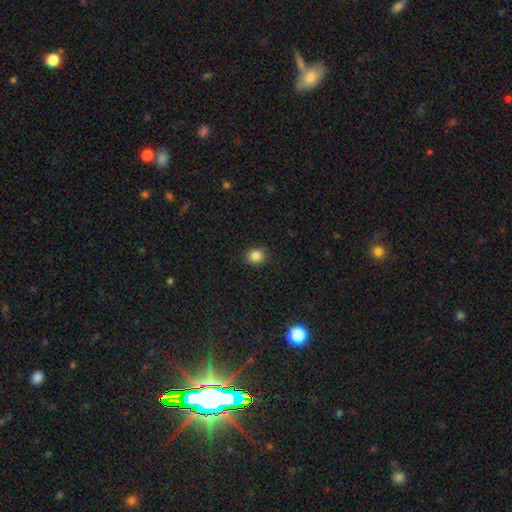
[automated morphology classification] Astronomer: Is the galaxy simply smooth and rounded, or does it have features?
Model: smooth — 84%.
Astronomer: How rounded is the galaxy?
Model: round — 68%.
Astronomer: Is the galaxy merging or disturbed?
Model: none — 90%.